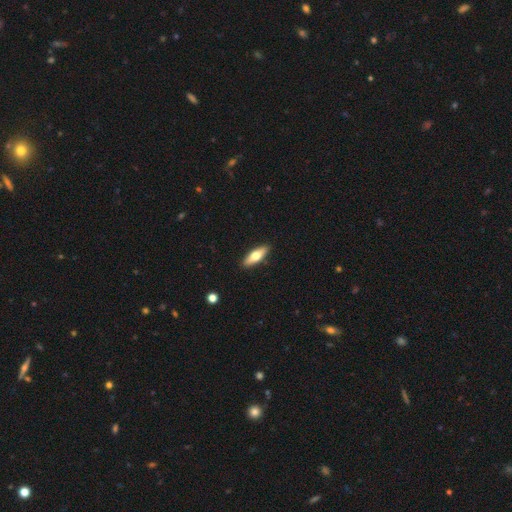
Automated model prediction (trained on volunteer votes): smooth 60%, featured or disk 34%, star or artifact 6%. Down the decision tree: how rounded — in between (51%); merging — none (90%).